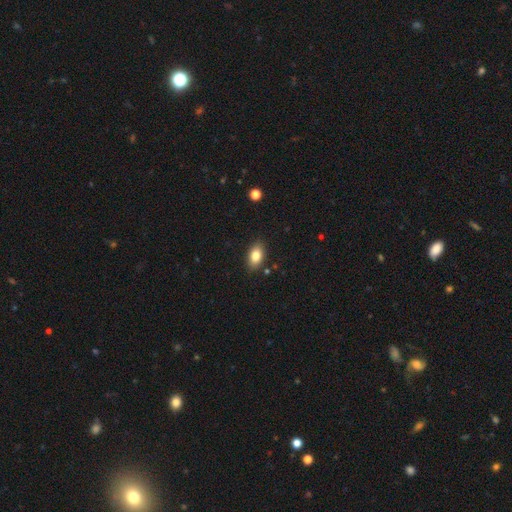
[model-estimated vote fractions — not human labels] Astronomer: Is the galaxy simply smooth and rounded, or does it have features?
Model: smooth — 83%.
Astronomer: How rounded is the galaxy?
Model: in between — 90%.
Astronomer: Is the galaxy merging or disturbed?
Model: none — 86%.